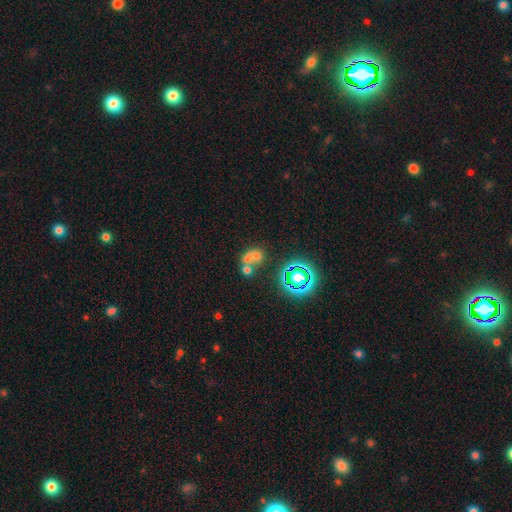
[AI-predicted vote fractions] Smooth or featured?
  - smooth: 51% *
  - star or artifact: 25%
  - featured or disk: 24%
How rounded?
  - round: 56% *
  - in between: 42%
  - cigar-shaped: 2%
Merging?
  - merger: 58% *
  - none: 28%
  - minor disturbance: 7%
  - major disturbance: 7%